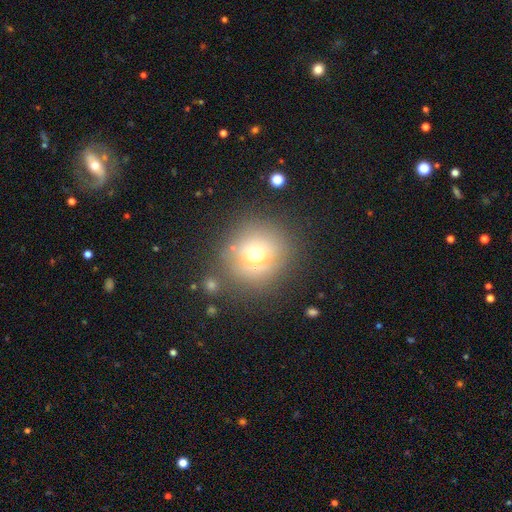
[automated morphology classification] Overall: smooth (67%). How rounded: round (92%). Merging: none (79%).